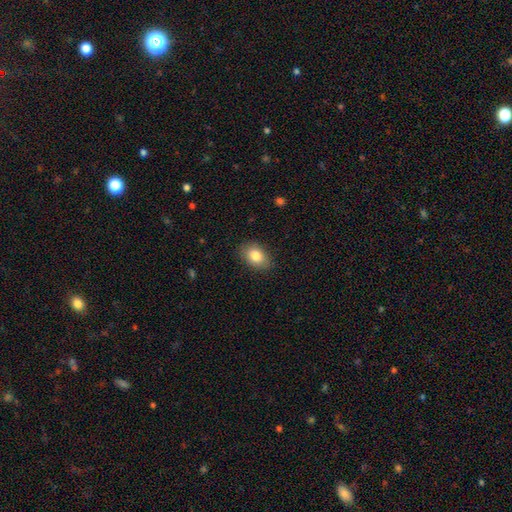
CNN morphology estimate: Smooth or featured: smooth — 83% (featured or disk — 9%)
How rounded: in between — 82% (round — 17%)
Merging: none — 86% (minor disturbance — 11%)